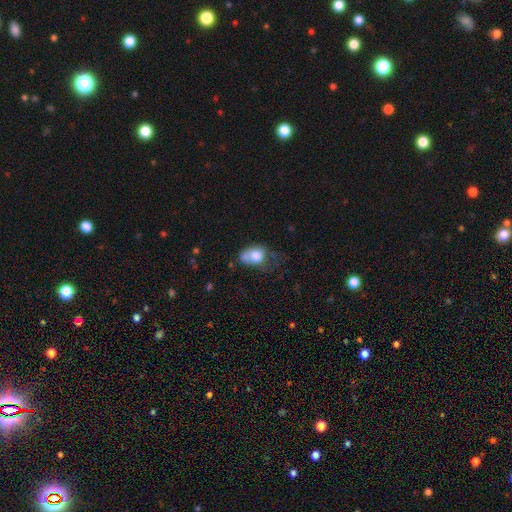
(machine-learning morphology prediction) This appears to be a smooth galaxy with no disk features (71%) that is in between round and cigar-shaped (66%). Merging: major disturbance (31%).